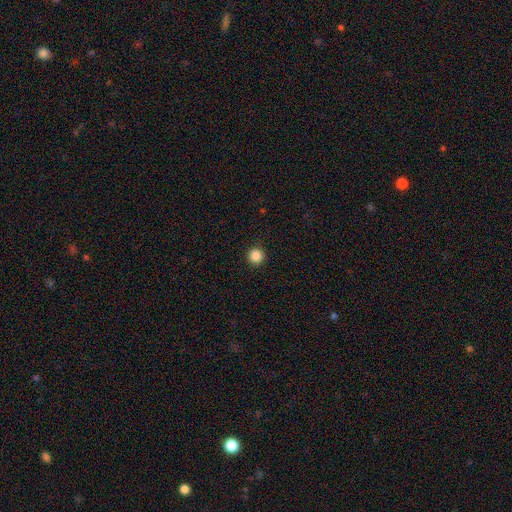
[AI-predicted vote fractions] Overall: smooth (87%). How rounded: round (96%). Merging: none (92%).